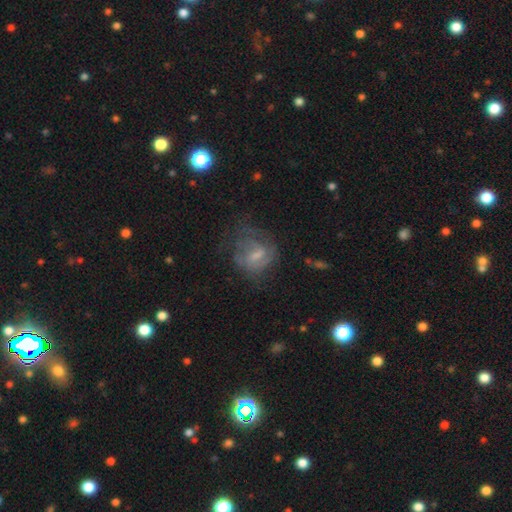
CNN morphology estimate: Smooth or featured?
  - featured or disk: 57% *
  - smooth: 33%
  - star or artifact: 10%
Edge-on disk?
  - no: 96% *
  - yes: 4%
Bar?
  - weak: 55% *
  - no: 29%
  - strong: 16%
Spiral arms?
  - yes: 65% *
  - no: 35%
Bulge size?
  - small: 40% *
  - moderate: 34%
  - none: 21%
  - large: 5%
  - dominant: 1%
Merging?
  - none: 45% *
  - major disturbance: 28%
  - minor disturbance: 24%
  - merger: 2%